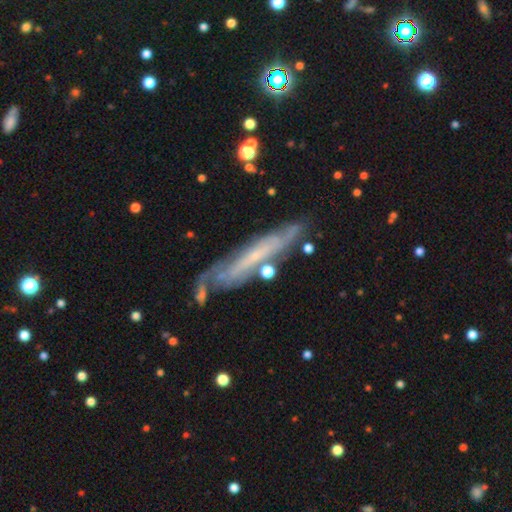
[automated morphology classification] A featured or disk galaxy (69%) viewed edge-on (55%). Merging: none (65%).